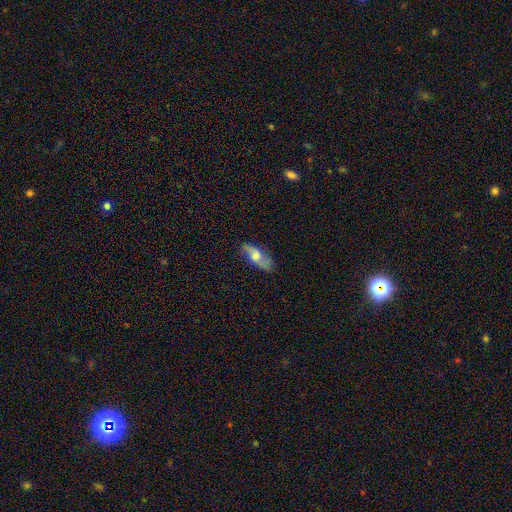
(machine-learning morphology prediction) smooth 49%, featured or disk 44%, star or artifact 7%. Down the decision tree: merging — none (77%).